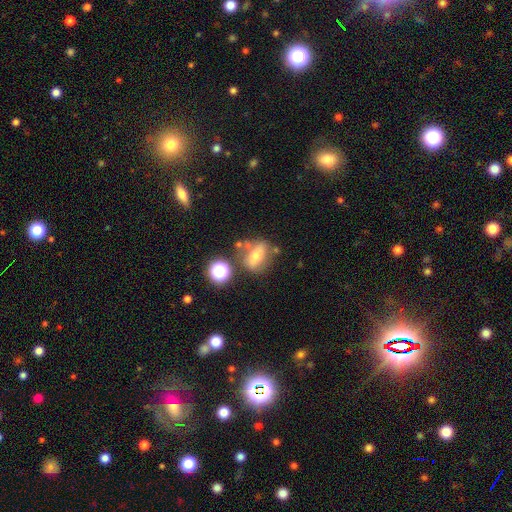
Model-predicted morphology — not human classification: Smooth or featured: smooth — 48% (featured or disk — 37%)
Merging: none — 60% (minor disturbance — 18%)